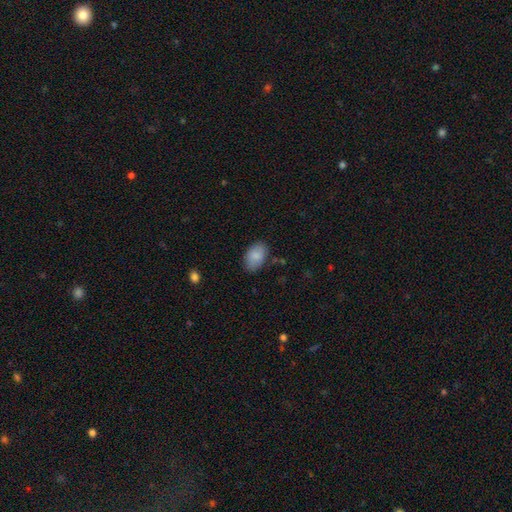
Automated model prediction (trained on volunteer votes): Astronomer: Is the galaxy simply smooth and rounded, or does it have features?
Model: smooth — 86%.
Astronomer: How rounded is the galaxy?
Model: in between — 90%.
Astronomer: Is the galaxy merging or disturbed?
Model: none — 81%.